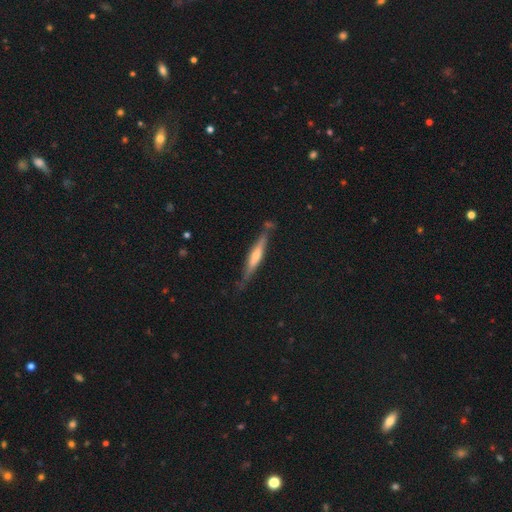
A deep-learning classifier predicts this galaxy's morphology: smooth_or_featured: featured or disk (p=0.62) [alt: smooth p=0.31]
disk_edge_on: yes (p=0.93) [alt: no p=0.07]
edge_on_bulge: rounded (p=0.65) [alt: none p=0.22]
merging: none (p=0.75) [alt: minor disturbance p=0.18]